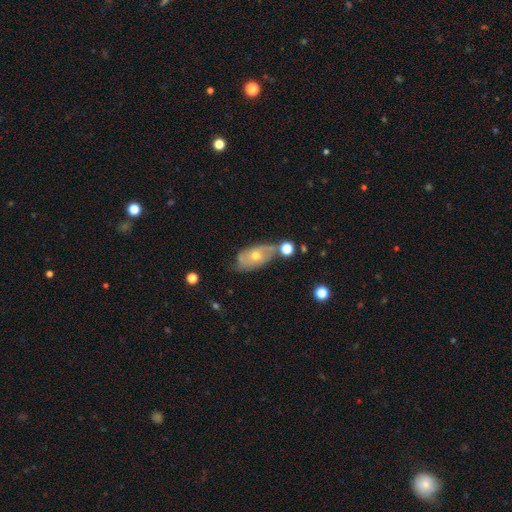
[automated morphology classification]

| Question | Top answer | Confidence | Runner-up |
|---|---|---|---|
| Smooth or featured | featured or disk | 62% | smooth (29%) |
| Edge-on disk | no | 87% | yes (13%) |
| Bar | no | 75% | weak (20%) |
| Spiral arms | yes | 65% | no (35%) |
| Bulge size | moderate | 57% | small (39%) |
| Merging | none | 50% | minor disturbance (26%) |